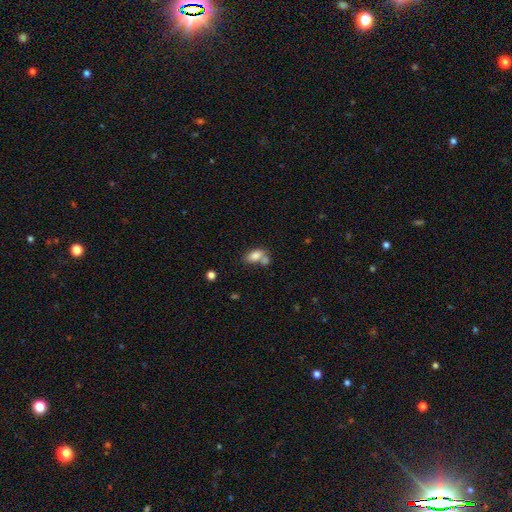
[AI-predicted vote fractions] A smooth galaxy with no disk features (80%) that is in between round and cigar-shaped (88%).

Vote fractions:
- Smooth or featured? smooth: 80% / featured or disk: 11% / star or artifact: 9%
- How rounded? in between: 88% / round: 8% / cigar-shaped: 3%
- Merging? merger: 42% / none: 38% / minor disturbance: 14% / major disturbance: 6%